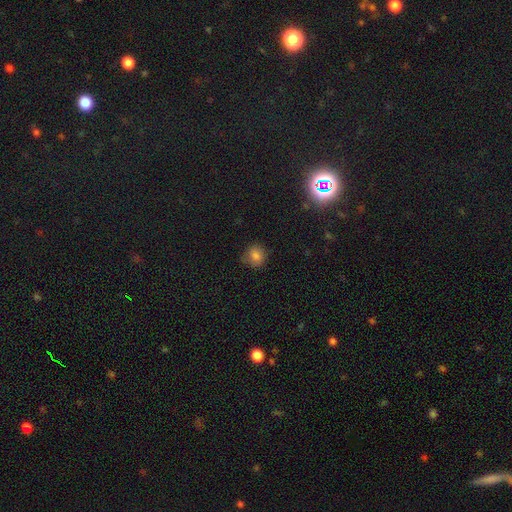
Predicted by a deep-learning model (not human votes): Smooth or featured? Predicted: smooth (p=0.80). How rounded? Predicted: round (p=0.80). Merging? Predicted: none (p=0.77).